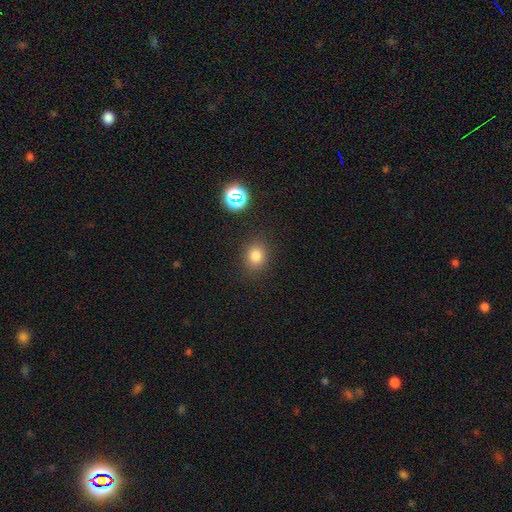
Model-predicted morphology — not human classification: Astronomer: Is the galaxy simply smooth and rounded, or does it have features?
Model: smooth — 79%.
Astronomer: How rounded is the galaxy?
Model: round — 65%.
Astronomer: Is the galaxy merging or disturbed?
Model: none — 85%.